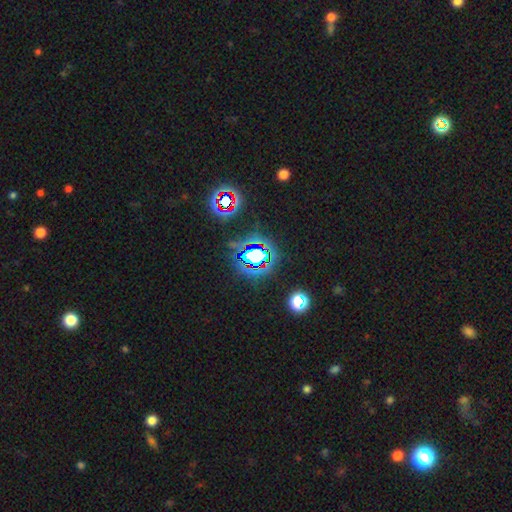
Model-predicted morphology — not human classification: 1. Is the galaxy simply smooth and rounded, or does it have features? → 69% star or artifact, 17% smooth, 14% featured or disk.